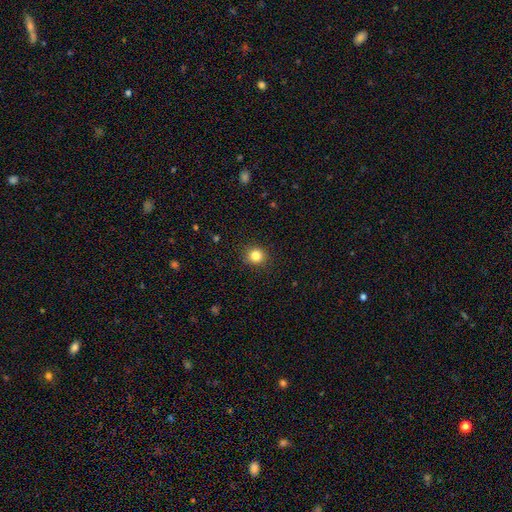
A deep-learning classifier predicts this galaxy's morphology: A smooth galaxy with no disk features (84%) that is round (88%).

Vote fractions:
- Smooth or featured? smooth: 84% / star or artifact: 11% / featured or disk: 5%
- How rounded? round: 88% / in between: 11% / cigar-shaped: 1%
- Merging? none: 91% / minor disturbance: 6% / major disturbance: 2% / merger: 1%